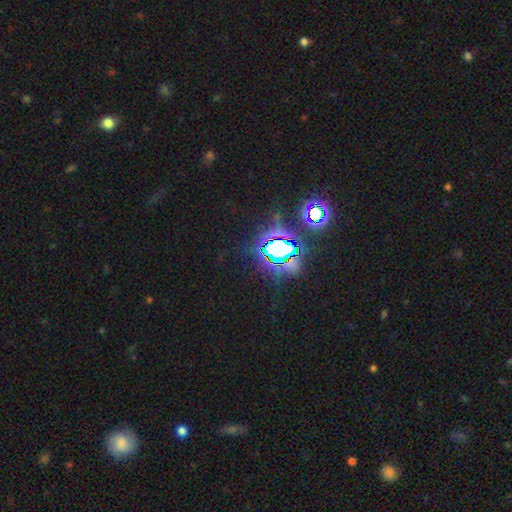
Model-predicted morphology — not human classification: smooth-or-featured: star or artifact: 80% | smooth: 12% | featured or disk: 7%